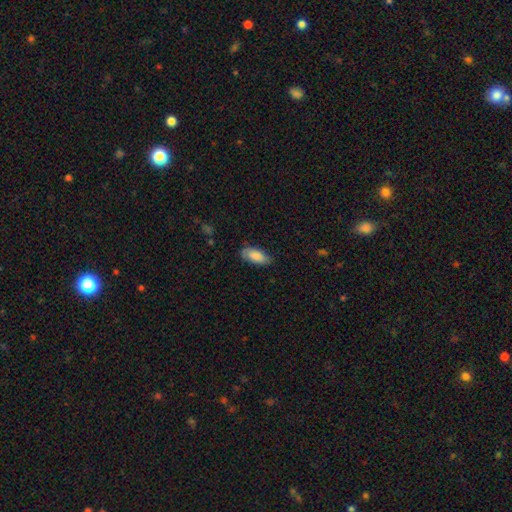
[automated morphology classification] This appears to be a smooth galaxy with no disk features (85%) that is in between round and cigar-shaped (88%). Merging: none (75%).